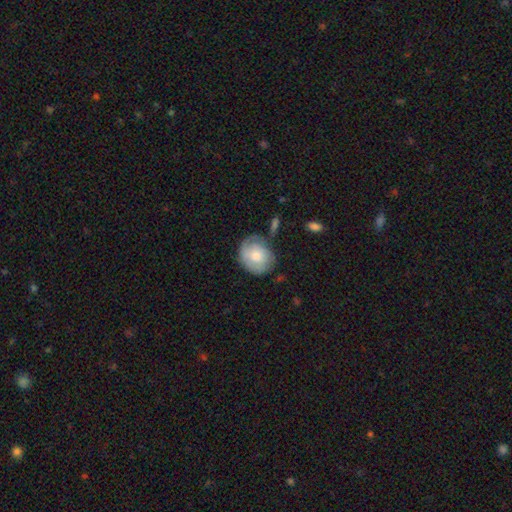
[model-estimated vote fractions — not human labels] smooth_or_featured: smooth (p=0.65) [alt: featured or disk p=0.29]
how_rounded: round (p=0.65) [alt: in between p=0.34]
merging: none (p=0.59) [alt: minor disturbance p=0.27]